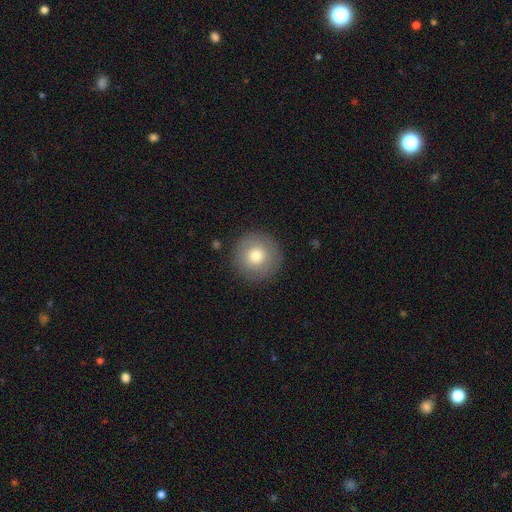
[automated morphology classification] Overall: smooth (74%). How rounded: round (96%). Merging: none (89%).